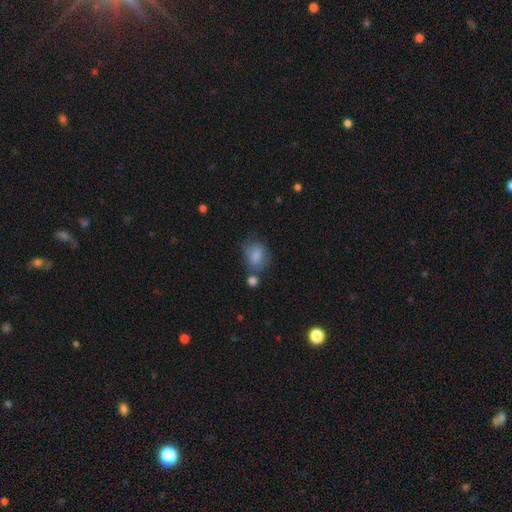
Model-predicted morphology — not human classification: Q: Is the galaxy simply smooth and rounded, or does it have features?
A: smooth — 82%.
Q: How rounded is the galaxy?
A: in between — 58%.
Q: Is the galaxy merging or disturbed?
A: none — 54%.